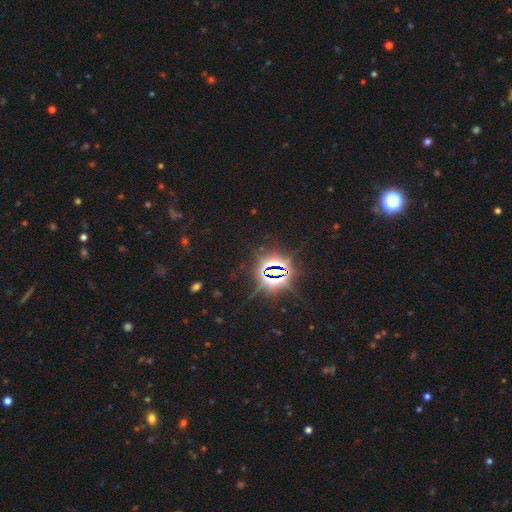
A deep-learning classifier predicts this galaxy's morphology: type=star or artifact (85%).